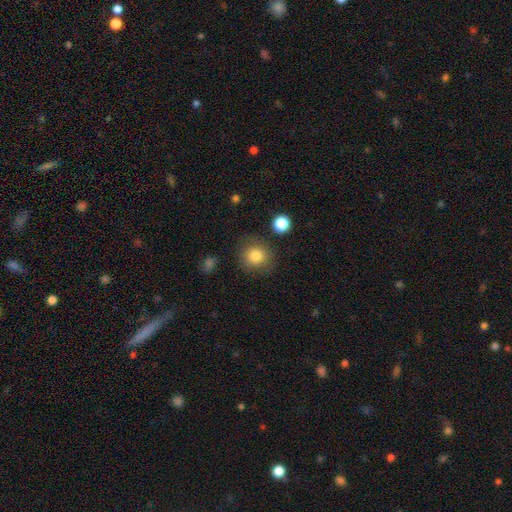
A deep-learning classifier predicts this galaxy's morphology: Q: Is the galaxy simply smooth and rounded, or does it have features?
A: smooth — 84%.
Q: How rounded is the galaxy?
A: round — 89%.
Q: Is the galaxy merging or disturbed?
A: none — 84%.